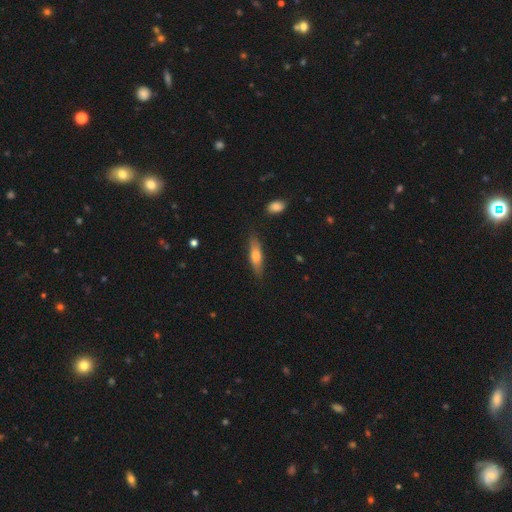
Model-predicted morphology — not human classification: This is likely a smooth galaxy (63%). How rounded: likely cigar-shaped (61%). Merging: clearly none (81%).